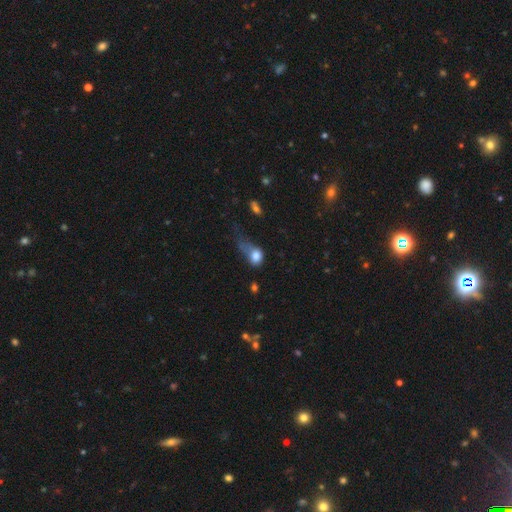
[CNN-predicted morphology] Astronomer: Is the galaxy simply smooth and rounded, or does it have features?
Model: smooth — 76%.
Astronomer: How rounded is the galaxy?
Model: in between — 58% (runner-up: round, 39%).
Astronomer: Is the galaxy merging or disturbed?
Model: major disturbance — 51%.